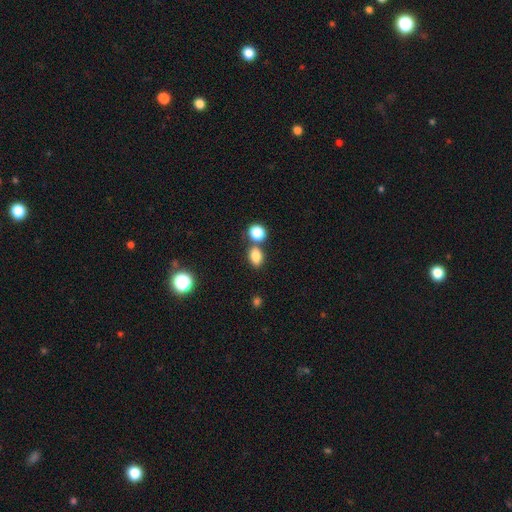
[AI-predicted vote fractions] This appears to be a smooth galaxy with no disk features (83%) that is in between round and cigar-shaped (72%). Merging: none (57%).